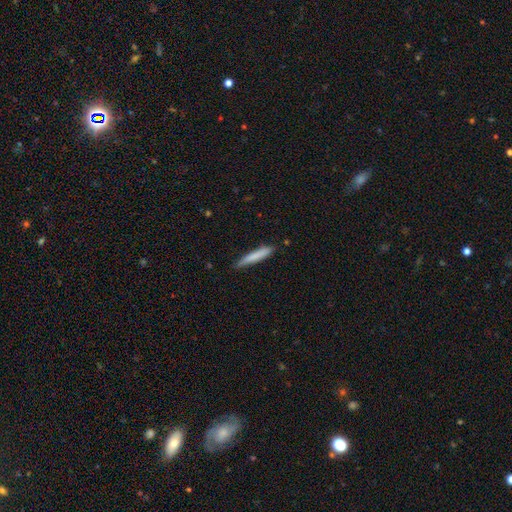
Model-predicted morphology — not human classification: smooth-or-featured: smooth: 78% | featured or disk: 16% | star or artifact: 6%
  how-rounded: cigar-shaped: 94% | in between: 5% | round: 1%
  merging: none: 80% | minor disturbance: 16% | major disturbance: 2% | merger: 2%